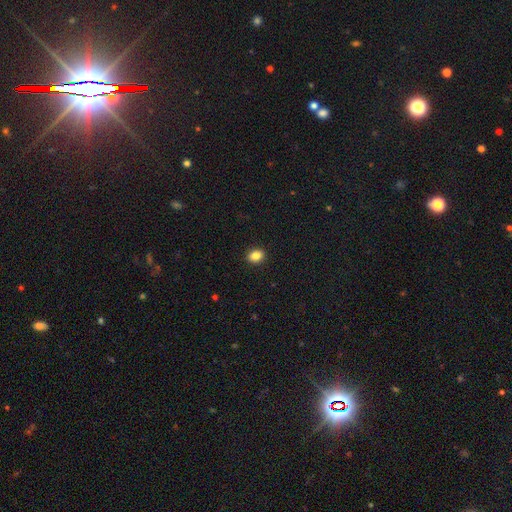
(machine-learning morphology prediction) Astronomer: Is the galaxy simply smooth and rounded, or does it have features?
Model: smooth — 86%.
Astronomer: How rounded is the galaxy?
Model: in between — 56% (runner-up: round, 43%).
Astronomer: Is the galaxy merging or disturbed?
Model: none — 91%.